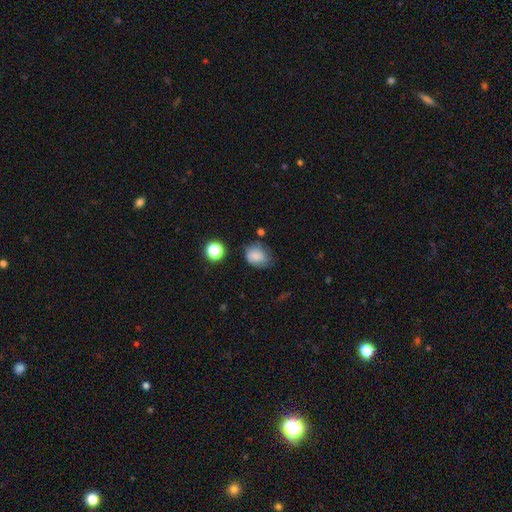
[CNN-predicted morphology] type=smooth (74%); roundness=in between (55%); merging=none (55%).